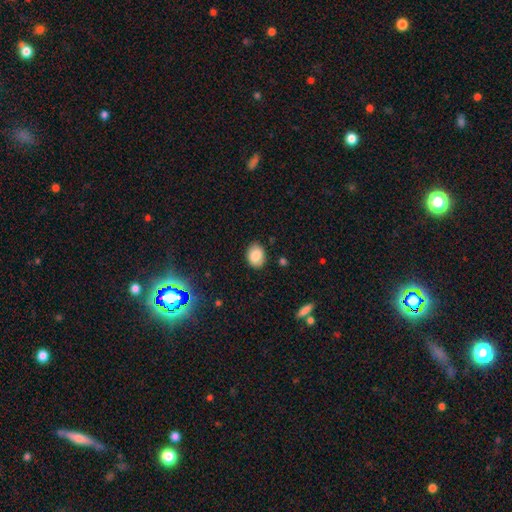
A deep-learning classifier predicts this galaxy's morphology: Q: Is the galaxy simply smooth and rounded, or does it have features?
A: smooth — 85%.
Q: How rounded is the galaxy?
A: in between — 68%.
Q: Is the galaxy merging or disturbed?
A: none — 83%.